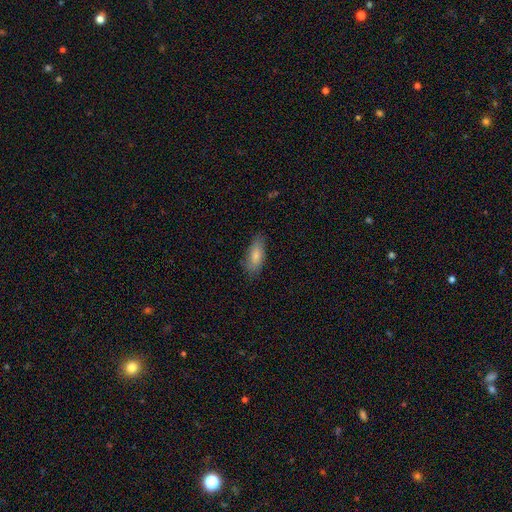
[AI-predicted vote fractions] Smooth or featured: smooth — 82% (featured or disk — 12%)
How rounded: in between — 80% (cigar-shaped — 18%)
Merging: none — 76% (minor disturbance — 19%)